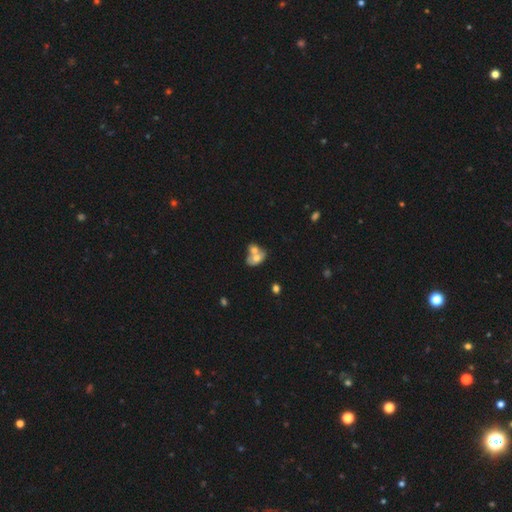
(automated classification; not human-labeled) This is likely a smooth galaxy (61%). How rounded: likely in between (71%). Merging: likely merger (66%).